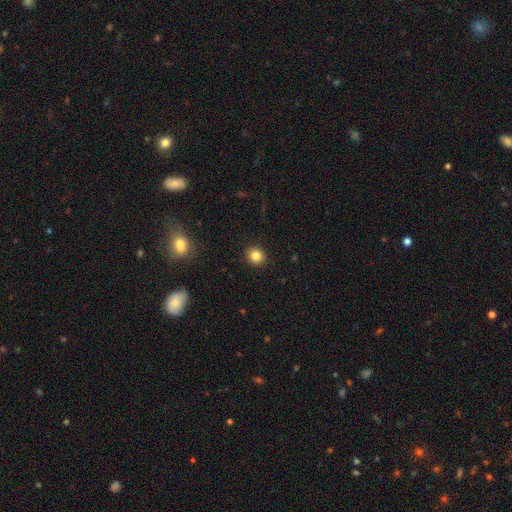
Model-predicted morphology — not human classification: This is clearly a smooth galaxy (84%). How rounded: likely round (79%). Merging: clearly none (91%).